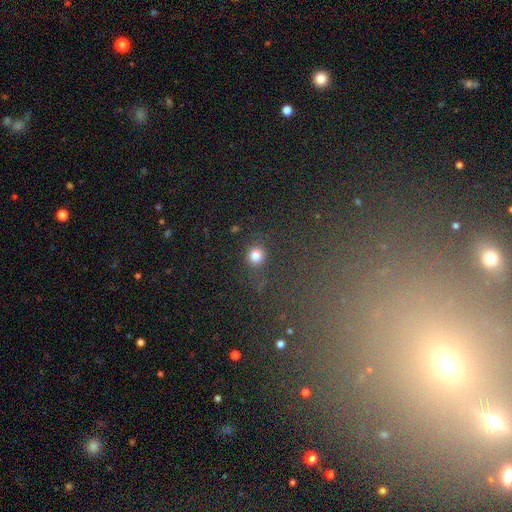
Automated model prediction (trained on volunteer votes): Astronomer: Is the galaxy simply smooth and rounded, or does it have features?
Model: smooth — 79%.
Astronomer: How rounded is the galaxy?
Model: round — 89%.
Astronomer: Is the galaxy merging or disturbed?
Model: none — 84%.